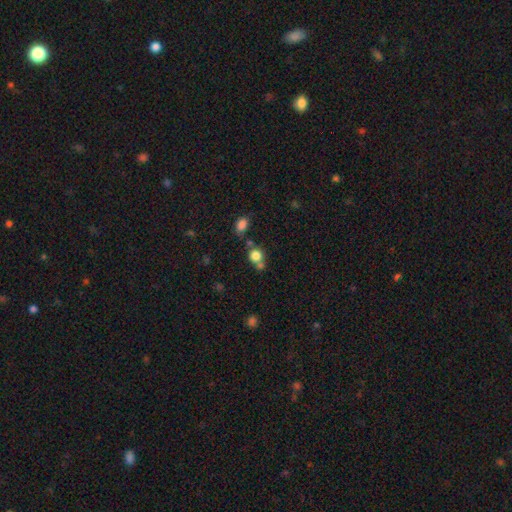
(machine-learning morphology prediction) This is clearly a smooth galaxy (80%). How rounded: clearly round (82%). Merging: possibly none (53%).